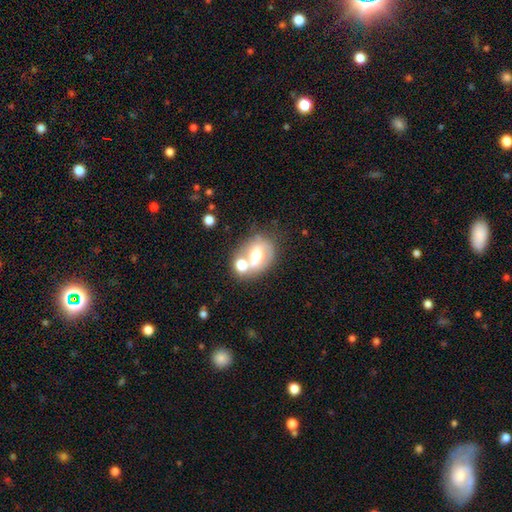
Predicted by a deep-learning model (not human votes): A featured or disk galaxy (45%). Merging: none (41%).